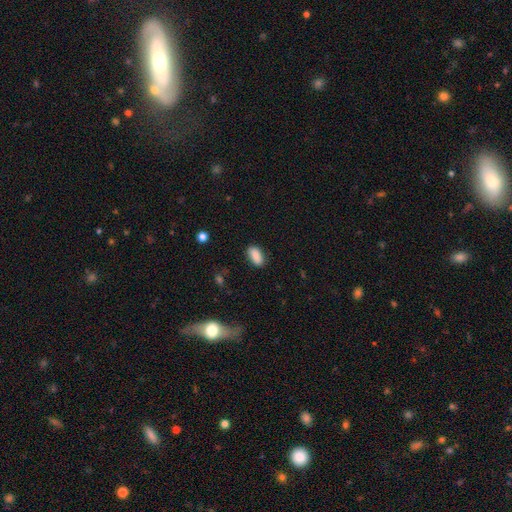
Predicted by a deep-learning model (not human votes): This is clearly a smooth galaxy (87%). How rounded: clearly in between (90%). Merging: clearly none (84%).